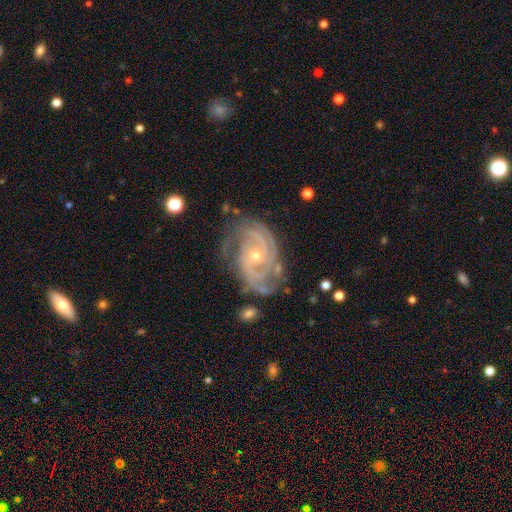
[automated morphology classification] Overall: featured or disk (92%). Edge-on disk: no (97%). Bar: no (68%). Spiral arms: yes (98%). Spiral arm count: 2 (36%; 3 27%). Spiral winding: tight (66%; medium 30%). Bulge size: small (68%; moderate 30%). Merging: none (68%).